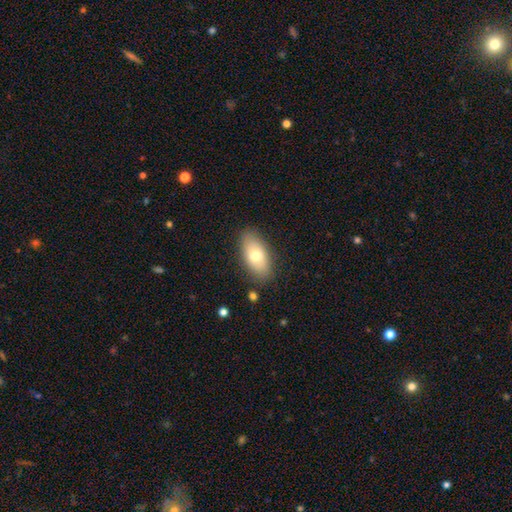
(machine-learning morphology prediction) The model was most divided on "smooth or featured": smooth: 71%, featured or disk: 22%, star or artifact: 7%. More confident: how rounded — in between (91%); merging — none (84%).